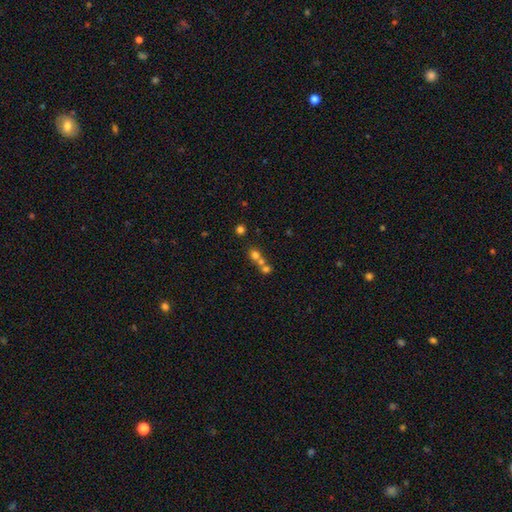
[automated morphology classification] Smooth or featured: smooth — 65% (featured or disk — 18%)
How rounded: round — 79% (in between — 20%)
Merging: merger — 59% (none — 33%)